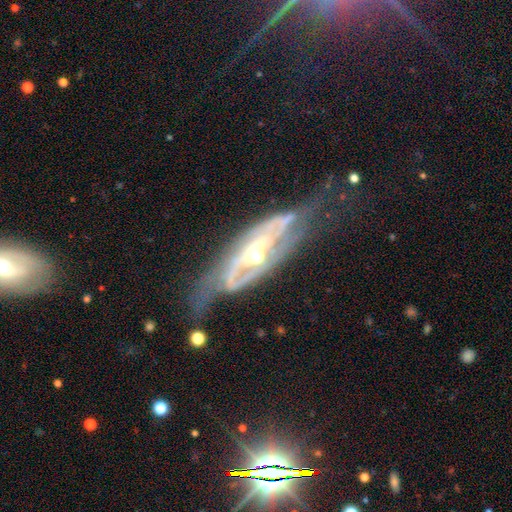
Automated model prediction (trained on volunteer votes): This is clearly a featured or disk galaxy (86%). It is clearly not viewed edge-on (81%). Bar: marginally no (44%). Spiral arm pattern: clearly yes (85%). Spiral arm count: possibly 2 (54%). Spiral winding: marginally tight (42%). Central bulge: likely moderate (67%). Merging: possibly none (48%).